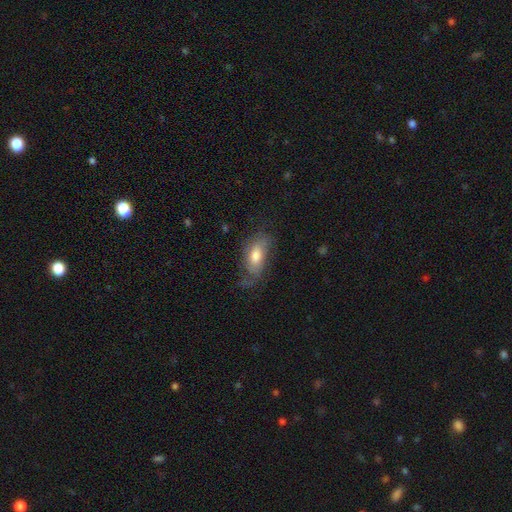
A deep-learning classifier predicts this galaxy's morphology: type=smooth (59%); roundness=in between (88%); merging=none (47%).